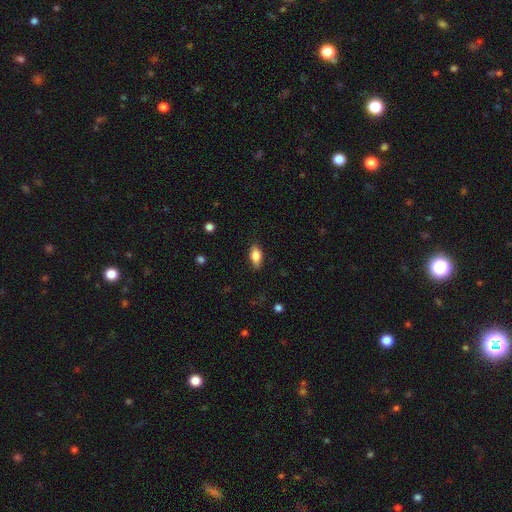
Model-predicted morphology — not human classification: Smooth or featured?
  - smooth: 81% *
  - featured or disk: 12%
  - star or artifact: 7%
How rounded?
  - in between: 87% *
  - cigar-shaped: 8%
  - round: 5%
Merging?
  - none: 83% *
  - minor disturbance: 13%
  - major disturbance: 3%
  - merger: 1%